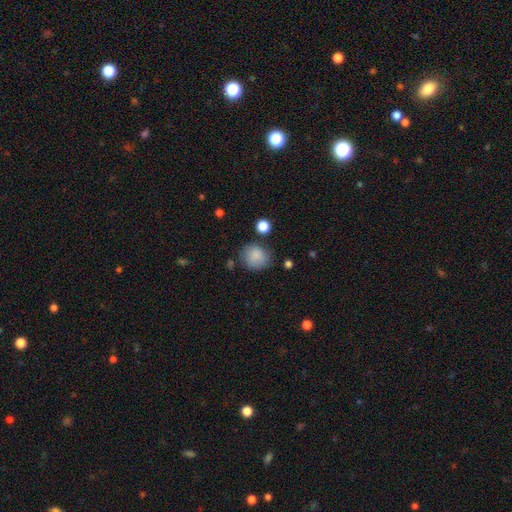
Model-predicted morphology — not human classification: smooth_or_featured: smooth (p=0.85) [alt: star or artifact p=0.09]
how_rounded: round (p=0.76) [alt: in between p=0.23]
merging: none (p=0.71) [alt: minor disturbance p=0.20]